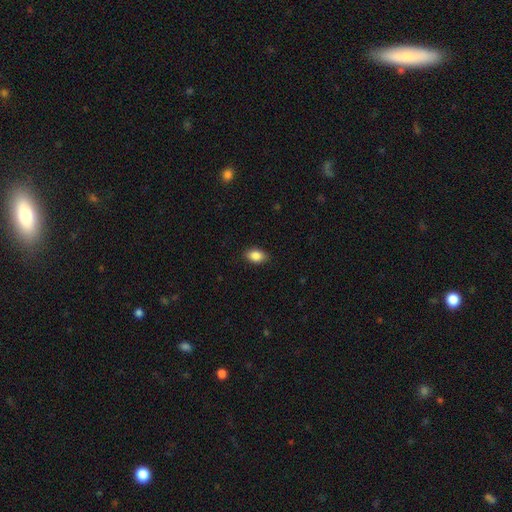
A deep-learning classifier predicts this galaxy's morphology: This is clearly a smooth galaxy (87%). How rounded: clearly in between (87%). Merging: clearly none (87%).